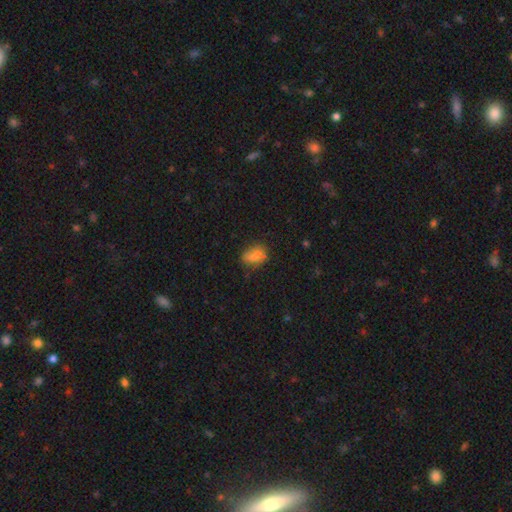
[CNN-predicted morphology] Q: Smooth or featured?
A: smooth (67%); runner-up: featured or disk (21%)
Q: How rounded?
A: in between (76%); runner-up: round (19%)
Q: Merging?
A: none (55%); runner-up: minor disturbance (22%)